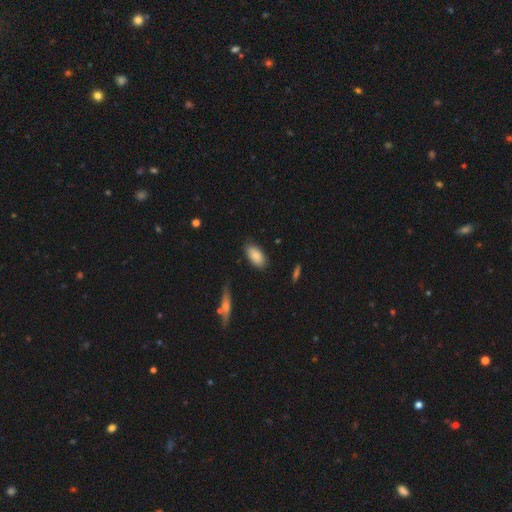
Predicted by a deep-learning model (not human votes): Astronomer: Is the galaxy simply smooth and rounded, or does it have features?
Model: smooth — 85%.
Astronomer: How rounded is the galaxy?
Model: in between — 93%.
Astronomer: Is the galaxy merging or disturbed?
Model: none — 80%.